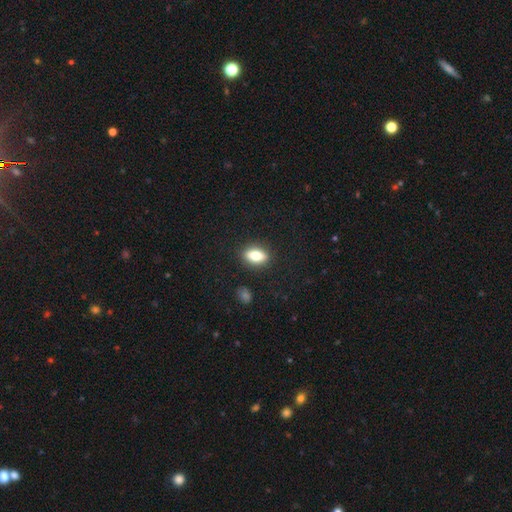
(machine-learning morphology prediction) smooth 74%, featured or disk 18%, star or artifact 8%. Down the decision tree: how rounded — in between (79%); merging — none (87%).